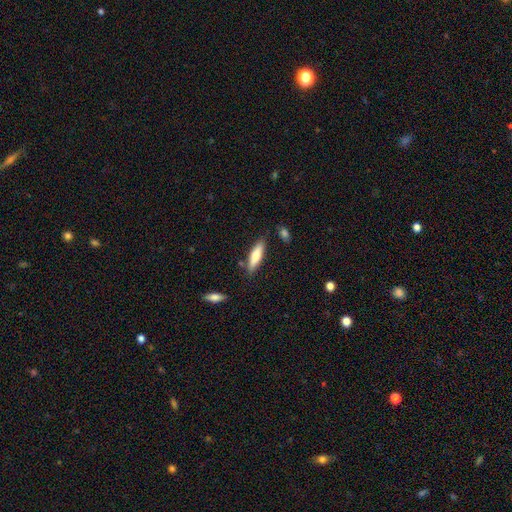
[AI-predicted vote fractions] Smooth or featured?
  - smooth: 68% *
  - featured or disk: 26%
  - star or artifact: 6%
How rounded?
  - cigar-shaped: 67% *
  - in between: 32%
  - round: 2%
Merging?
  - none: 82% *
  - minor disturbance: 12%
  - merger: 4%
  - major disturbance: 2%